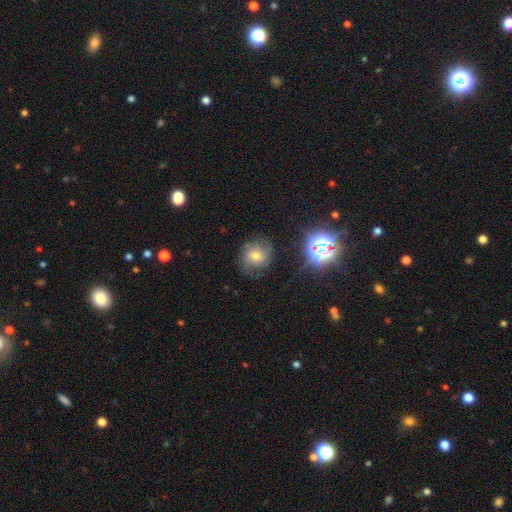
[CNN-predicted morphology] This appears to be a featured or disk galaxy (50%). Merging: none (72%).